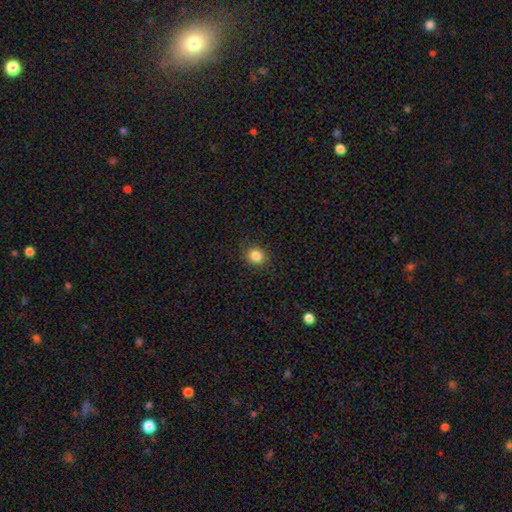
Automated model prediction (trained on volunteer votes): Smooth or featured: smooth — 84% (star or artifact — 11%)
How rounded: round — 77% (in between — 22%)
Merging: none — 88% (minor disturbance — 9%)